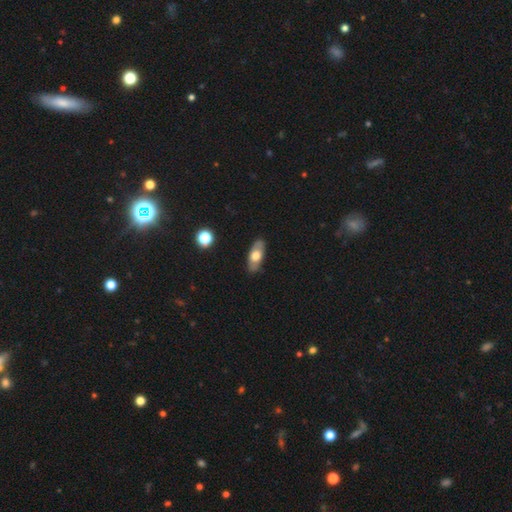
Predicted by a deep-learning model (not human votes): Smooth or featured?
  - smooth: 57% *
  - featured or disk: 36%
  - star or artifact: 6%
How rounded?
  - in between: 84% *
  - cigar-shaped: 12%
  - round: 5%
Merging?
  - none: 84% *
  - minor disturbance: 12%
  - major disturbance: 2%
  - merger: 1%